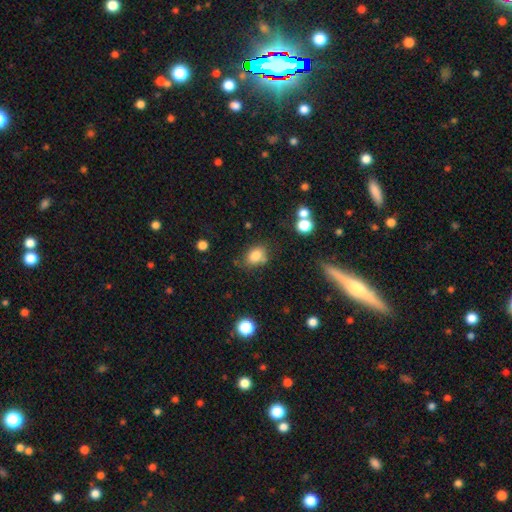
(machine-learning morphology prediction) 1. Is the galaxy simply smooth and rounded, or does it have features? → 81% smooth, 11% star or artifact, 8% featured or disk.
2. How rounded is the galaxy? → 69% in between, 30% round, 1% cigar-shaped.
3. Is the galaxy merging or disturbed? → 66% none, 19% minor disturbance, 9% merger, 6% major disturbance.